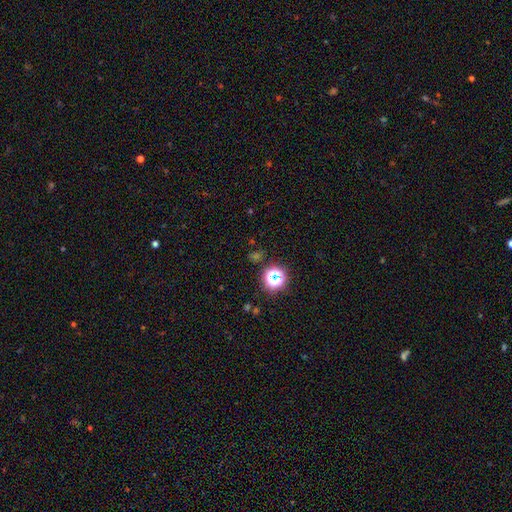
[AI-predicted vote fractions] The model was most divided on "smooth or featured": star or artifact: 72%, smooth: 21%, featured or disk: 7%.